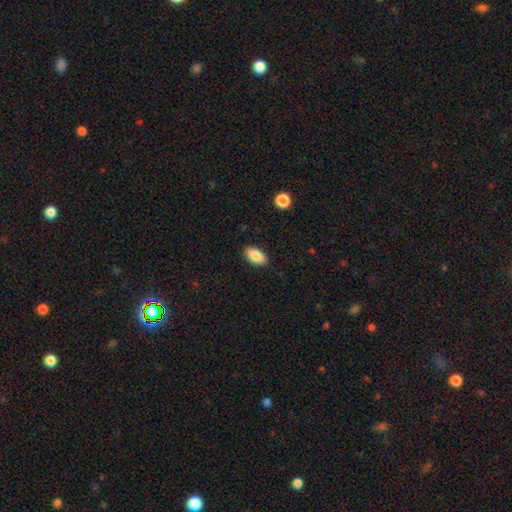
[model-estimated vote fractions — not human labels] A smooth galaxy with no disk features (86%) that is in between round and cigar-shaped (92%). Merging: none (87%).